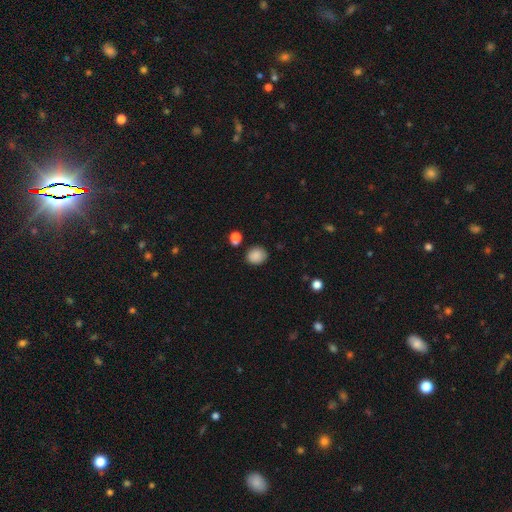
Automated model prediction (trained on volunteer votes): Smooth or featured? Predicted: smooth (p=0.87). How rounded? Predicted: round (p=0.62). Merging? Predicted: none (p=0.80).